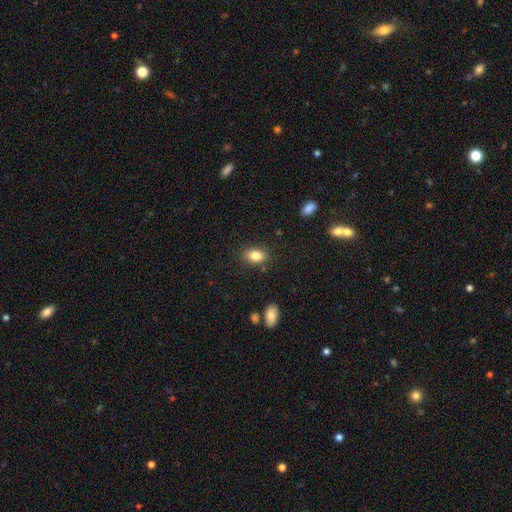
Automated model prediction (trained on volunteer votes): The model was most divided on "how rounded": in between: 83%, round: 15%, cigar-shaped: 2%. More confident: merging — none (84%); smooth or featured — smooth (84%).